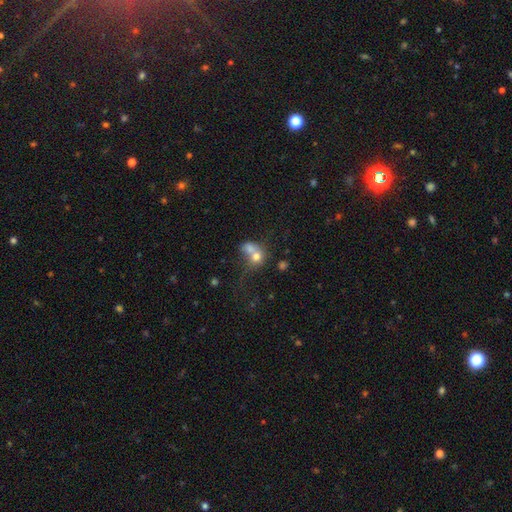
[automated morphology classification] This is likely a smooth galaxy (68%). How rounded: likely round (61%). Merging: likely merger (66%).